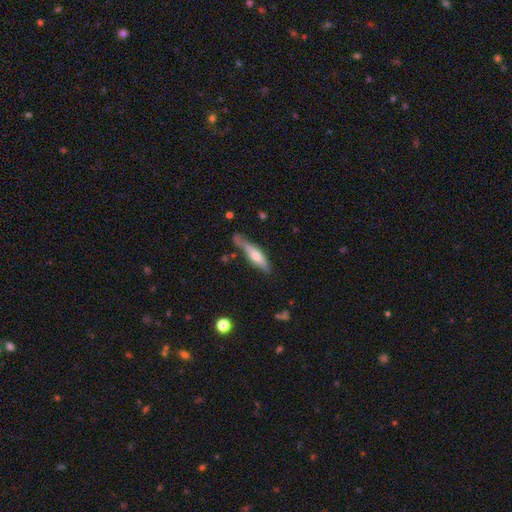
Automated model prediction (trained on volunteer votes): smooth_or_featured: featured or disk (p=0.49) [alt: smooth p=0.45]
merging: none (p=0.63) [alt: minor disturbance p=0.25]